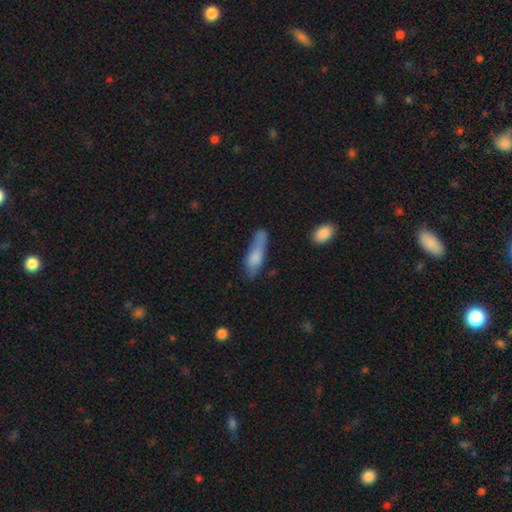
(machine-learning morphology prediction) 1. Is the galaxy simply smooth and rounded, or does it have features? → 73% smooth, 19% featured or disk, 7% star or artifact.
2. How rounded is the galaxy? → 59% cigar-shaped, 38% in between, 3% round.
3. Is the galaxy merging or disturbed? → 45% none, 31% minor disturbance, 15% major disturbance, 9% merger.